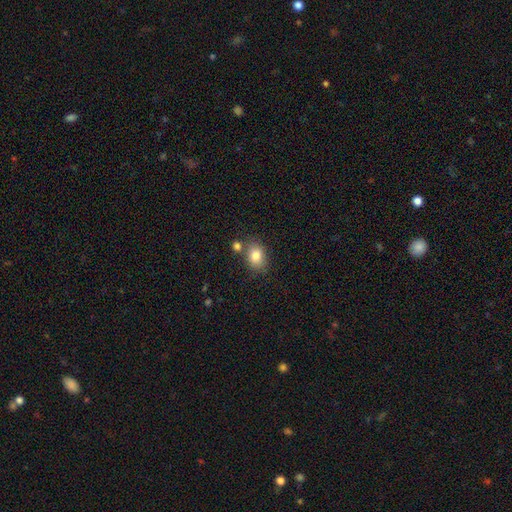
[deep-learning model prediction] A smooth galaxy with no disk features (81%) that is in between round and cigar-shaped (60%).

Vote fractions:
- Smooth or featured? smooth: 81% / star or artifact: 10% / featured or disk: 9%
- How rounded? in between: 60% / round: 39% / cigar-shaped: 1%
- Merging? none: 67% / merger: 15% / minor disturbance: 14% / major disturbance: 4%